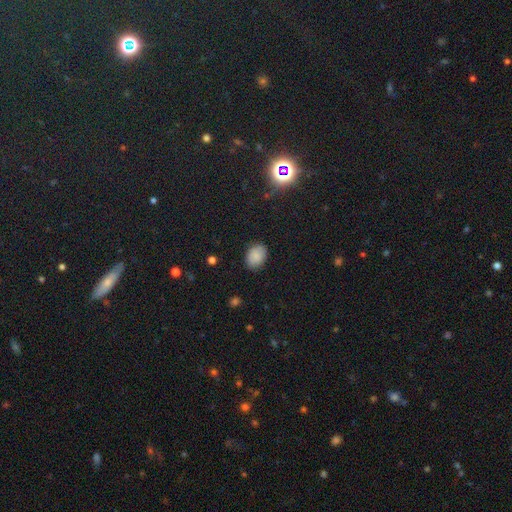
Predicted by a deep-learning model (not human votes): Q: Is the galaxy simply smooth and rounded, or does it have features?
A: smooth — 86%.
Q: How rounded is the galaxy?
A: in between — 75%.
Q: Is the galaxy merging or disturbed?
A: none — 85%.